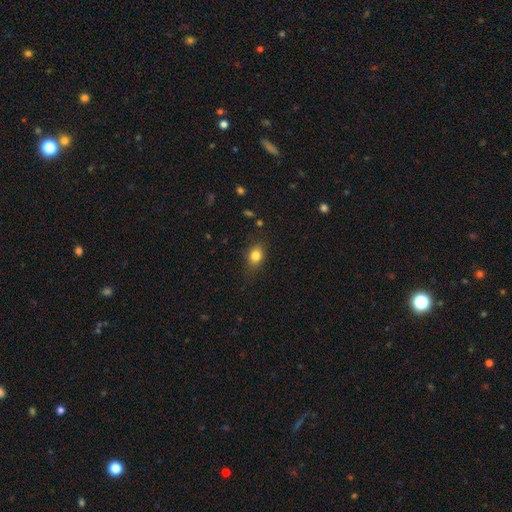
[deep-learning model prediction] Smooth or featured: smooth — 82% (star or artifact — 10%)
How rounded: in between — 58% (round — 39%)
Merging: none — 75% (minor disturbance — 19%)